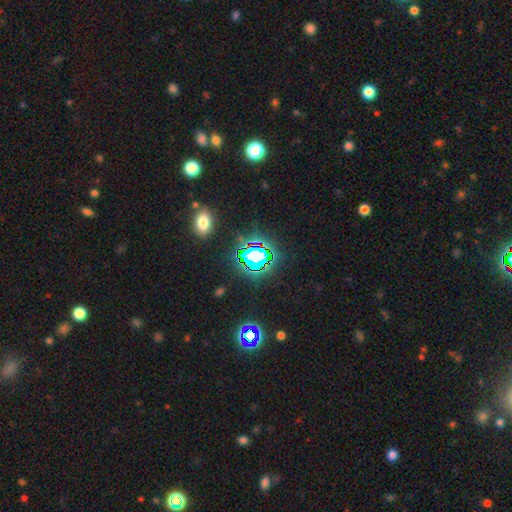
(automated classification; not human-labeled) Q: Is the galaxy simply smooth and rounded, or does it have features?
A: star or artifact — 77%.